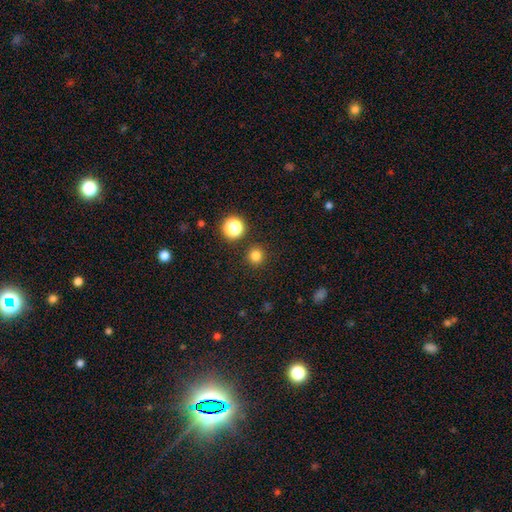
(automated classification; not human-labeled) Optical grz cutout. It shows a smooth galaxy with no disk features (80%) that is round (94%). Merging: none (91%).